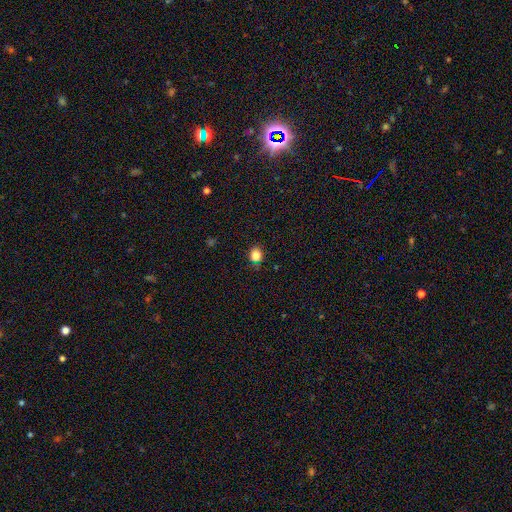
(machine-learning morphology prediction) Smooth or featured? smooth (83%)
How rounded? round (62%)
Merging? none (85%)